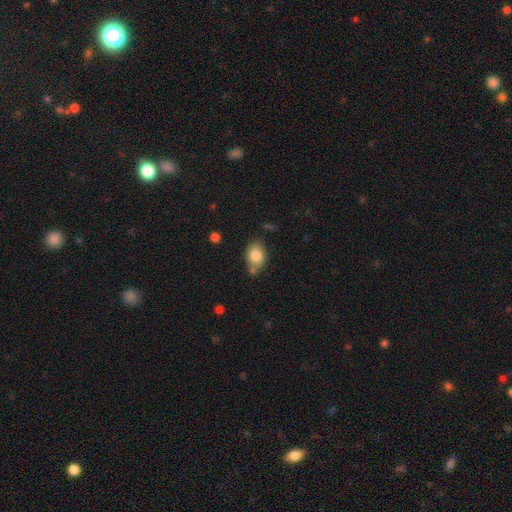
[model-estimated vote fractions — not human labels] Smooth or featured? smooth (81%)
How rounded? in between (70%)
Merging? none (68%)